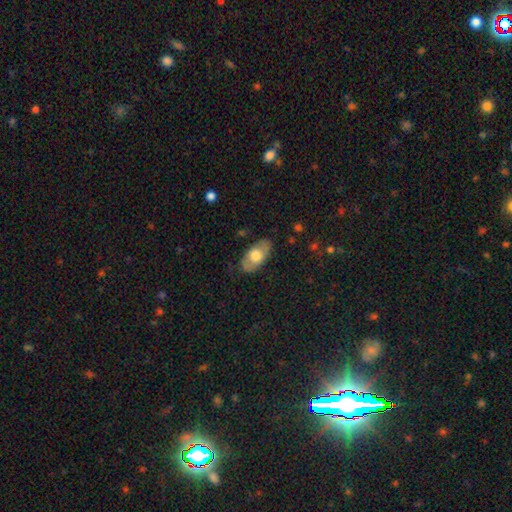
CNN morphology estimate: Smooth or featured? smooth (65%)
How rounded? in between (93%)
Merging? none (80%)